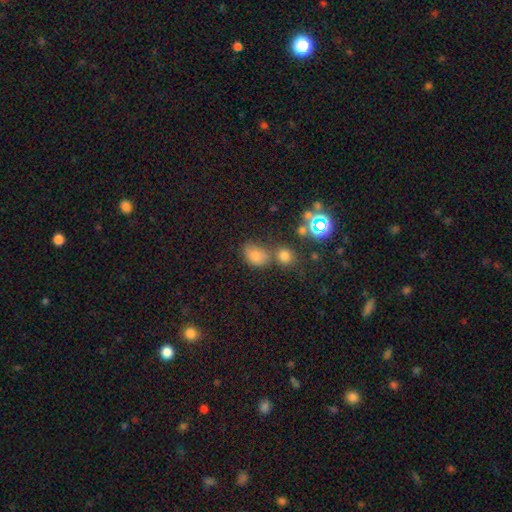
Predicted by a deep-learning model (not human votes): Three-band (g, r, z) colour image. It shows a smooth galaxy with no disk features (74%) that is in between round and cigar-shaped (71%). Merging: none (50%).